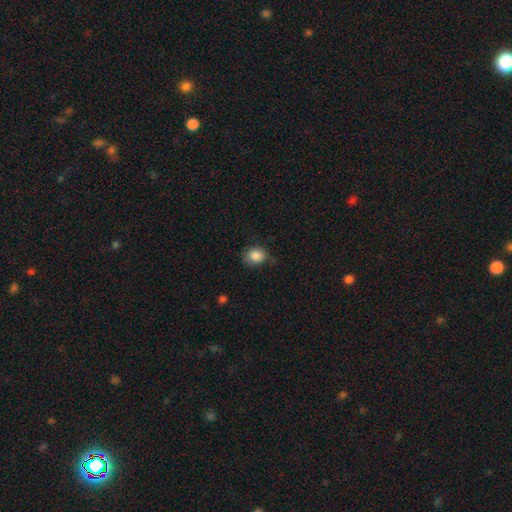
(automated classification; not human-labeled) Morphology: type=smooth (87%); roundness=round (69%); merging=none (70%).